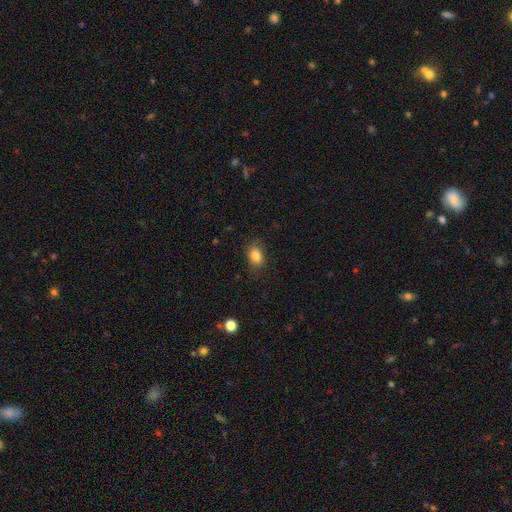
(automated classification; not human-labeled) Q: Smooth or featured?
A: smooth (85%); runner-up: star or artifact (9%)
Q: How rounded?
A: in between (83%); runner-up: round (15%)
Q: Merging?
A: none (80%); runner-up: minor disturbance (15%)